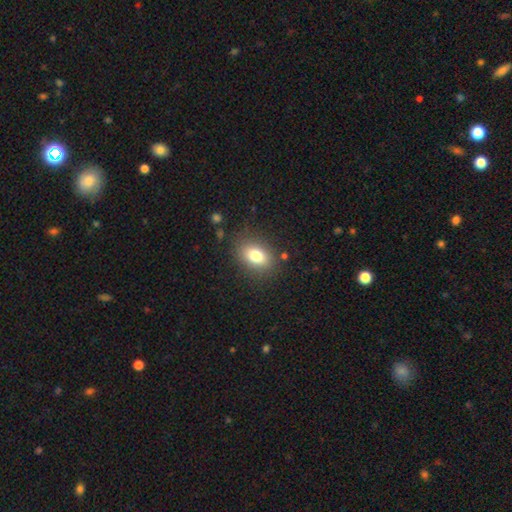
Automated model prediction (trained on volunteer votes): This is likely a smooth galaxy (79%). How rounded: likely in between (78%). Merging: clearly none (82%).